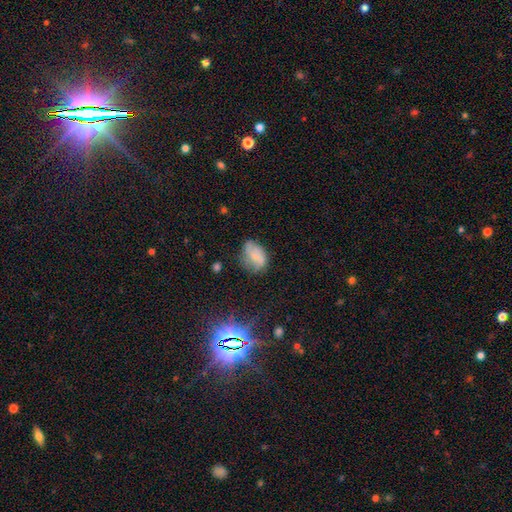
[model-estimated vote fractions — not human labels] Morphology: type=smooth (57%); roundness=in between (75%); merging=none (50%).